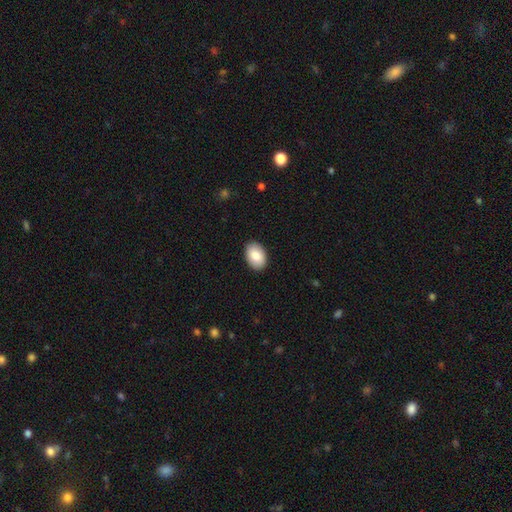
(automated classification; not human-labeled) Smooth or featured: smooth — 84% (featured or disk — 10%)
How rounded: in between — 87% (round — 12%)
Merging: none — 90% (minor disturbance — 8%)